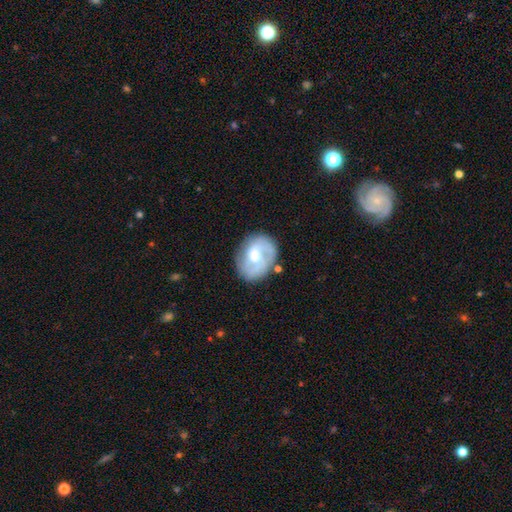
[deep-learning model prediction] Morphology: type=featured or disk (61%); edge-on=no (97%); bar=no (56%); spiral arms=yes (74%); bulge=moderate (53%); merging=none (64%).